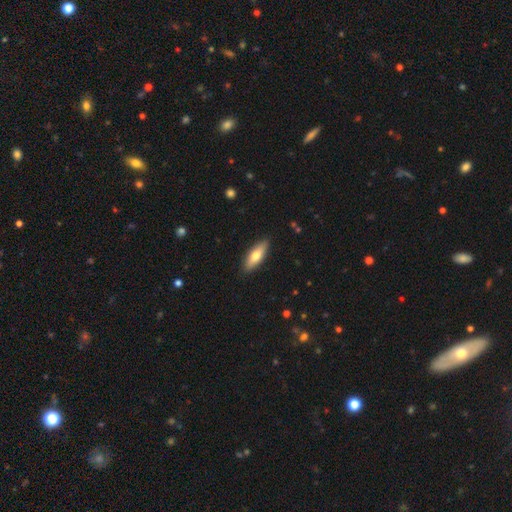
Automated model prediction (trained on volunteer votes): A smooth galaxy with no disk features (68%) that is in between round and cigar-shaped (59%). Merging: none (89%).